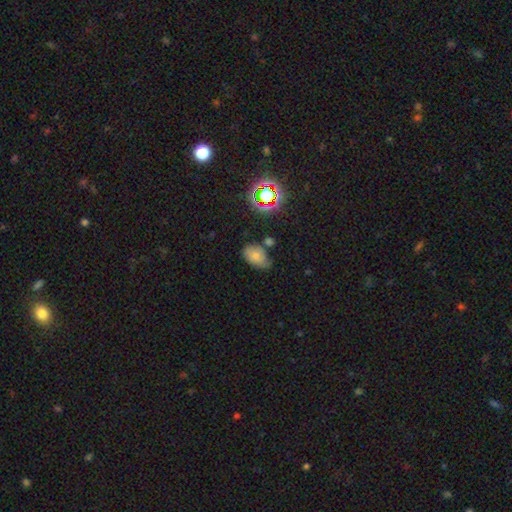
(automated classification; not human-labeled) A smooth galaxy with no disk features (60%) that is in between round and cigar-shaped (84%). Merging: none (48%).